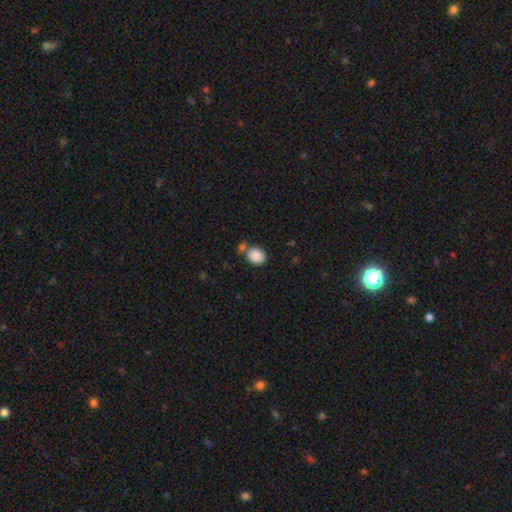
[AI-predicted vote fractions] A smooth galaxy with no disk features (88%) that is in between round and cigar-shaped (52%). Merging: none (63%).